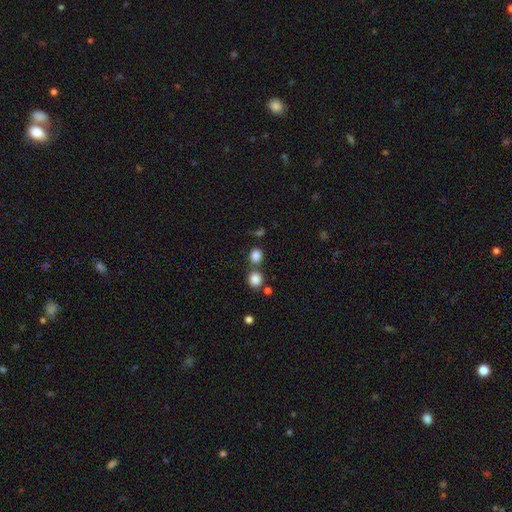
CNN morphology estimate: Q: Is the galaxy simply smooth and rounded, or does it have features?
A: smooth — 83%.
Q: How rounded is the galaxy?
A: round — 79%.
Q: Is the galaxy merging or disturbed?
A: none — 67%.